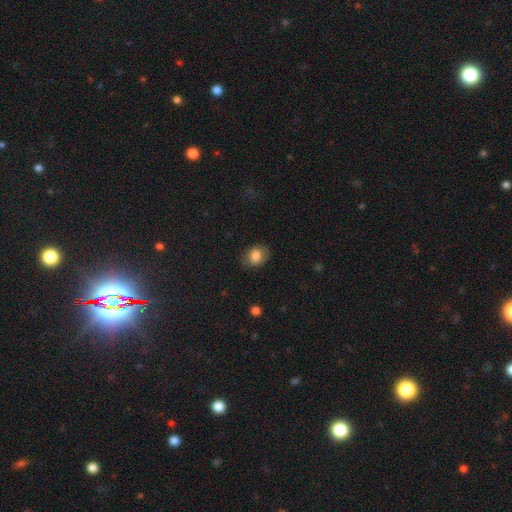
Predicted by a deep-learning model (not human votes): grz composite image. It shows a smooth galaxy with no disk features (79%) that is in between round and cigar-shaped (60%). Merging: none (79%).